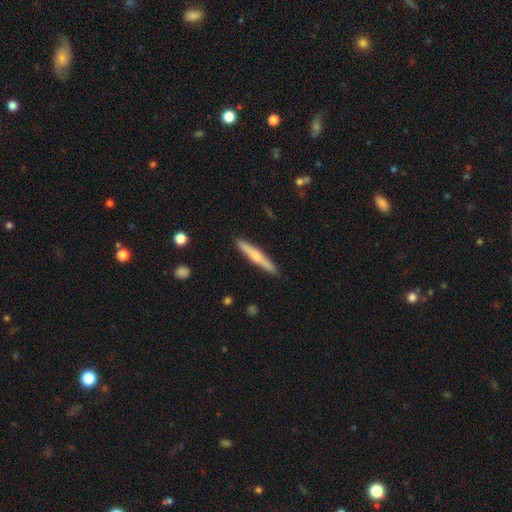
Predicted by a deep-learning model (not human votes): This is possibly a featured or disk galaxy (47%, tied with smooth). Merging: clearly none (90%).